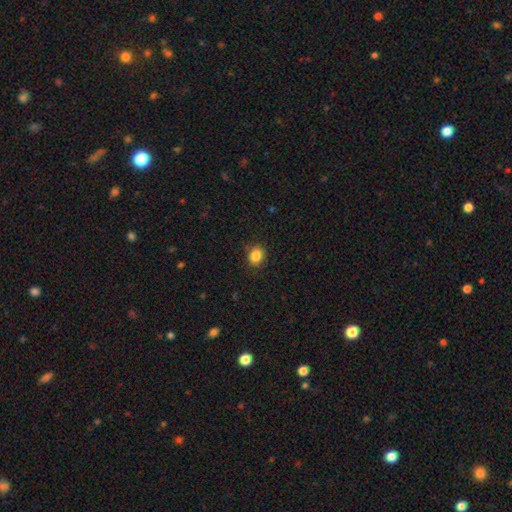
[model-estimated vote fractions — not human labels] Smooth or featured?
  - smooth: 85% *
  - star or artifact: 10%
  - featured or disk: 4%
How rounded?
  - round: 76% *
  - in between: 23%
  - cigar-shaped: 1%
Merging?
  - none: 88% *
  - minor disturbance: 9%
  - major disturbance: 2%
  - merger: 1%